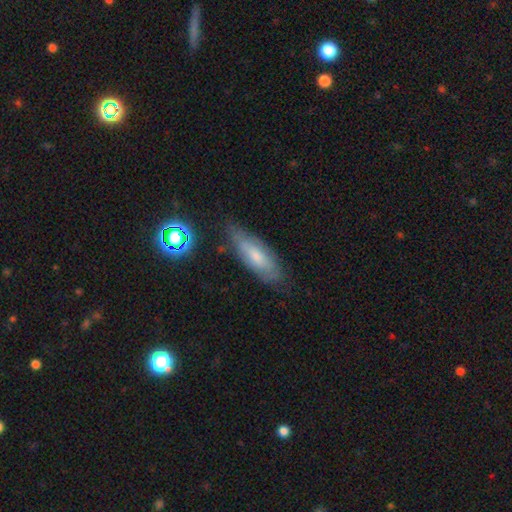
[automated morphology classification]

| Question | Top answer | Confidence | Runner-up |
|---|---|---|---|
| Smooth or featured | smooth | 57% | featured or disk (33%) |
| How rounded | in between | 53% | cigar-shaped (45%) |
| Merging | none | 69% | minor disturbance (23%) |